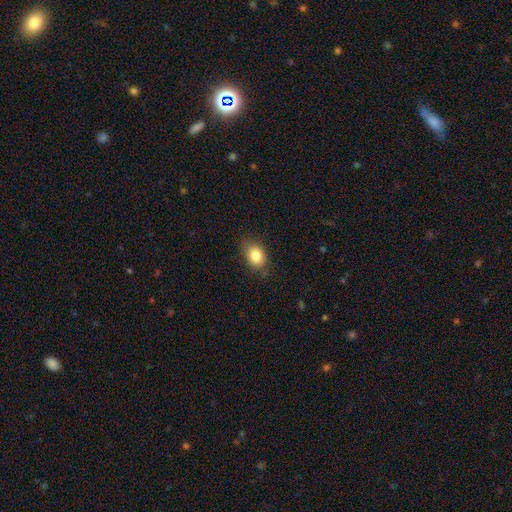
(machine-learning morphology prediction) Smooth or featured? smooth (82%)
How rounded? in between (69%)
Merging? none (76%)